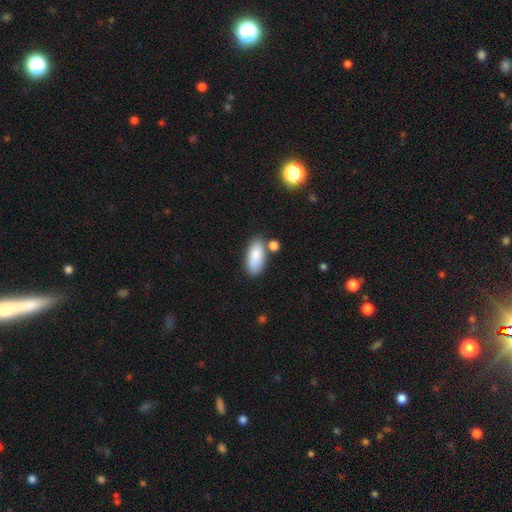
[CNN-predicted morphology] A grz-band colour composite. It shows a smooth galaxy with no disk features (85%) that is in between round and cigar-shaped (86%). Merging: none (66%).